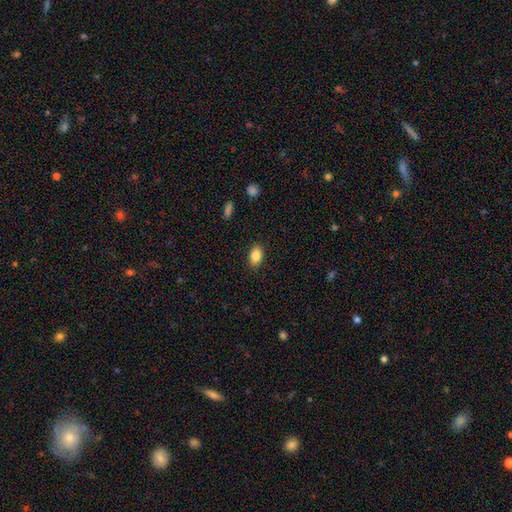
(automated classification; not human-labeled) This appears to be a smooth galaxy with no disk features (86%) that is in between round and cigar-shaped (87%). Merging: none (87%).